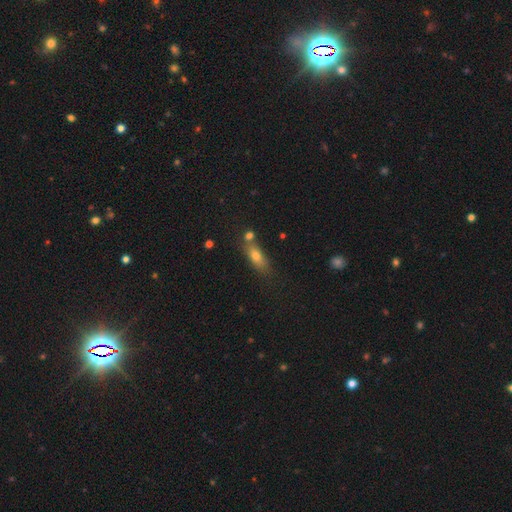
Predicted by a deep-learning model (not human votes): This is likely a smooth galaxy (69%). How rounded: possibly in between (59%). Merging: possibly none (58%).